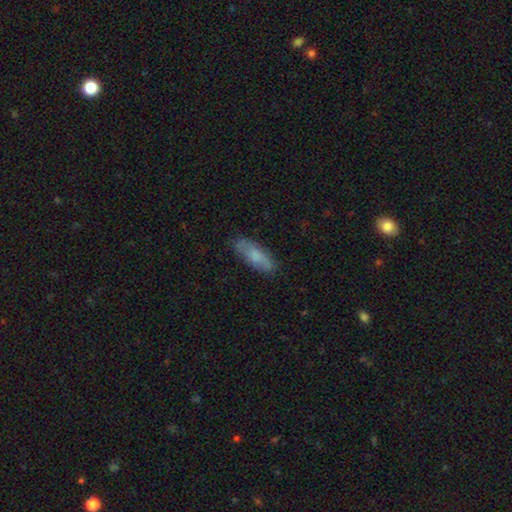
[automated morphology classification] Overall: smooth (72%). How rounded: in between (62%; cigar-shaped 36%). Merging: none (78%).